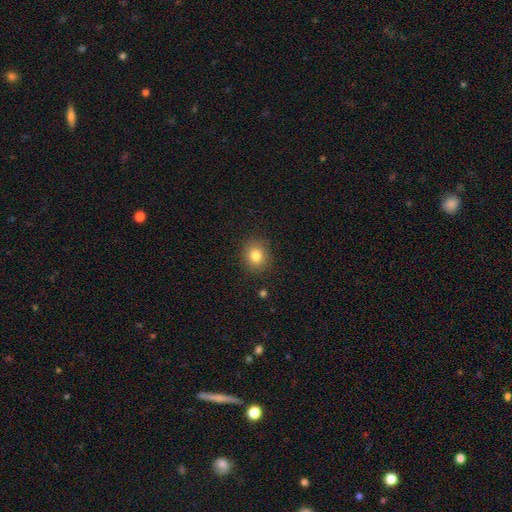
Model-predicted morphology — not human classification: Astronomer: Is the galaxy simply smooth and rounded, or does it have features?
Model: smooth — 82%.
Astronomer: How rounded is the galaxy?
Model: round — 80%.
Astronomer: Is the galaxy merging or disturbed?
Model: none — 88%.